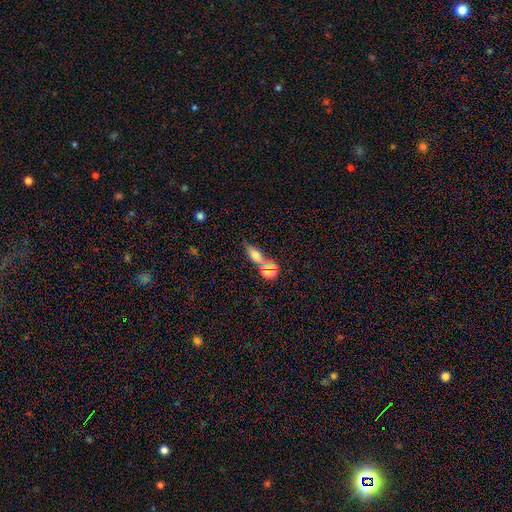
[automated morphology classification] smooth_or_featured: smooth (p=0.65) [alt: star or artifact p=0.18]
how_rounded: in between (p=0.55) [alt: cigar-shaped p=0.31]
merging: none (p=0.60) [alt: merger p=0.23]